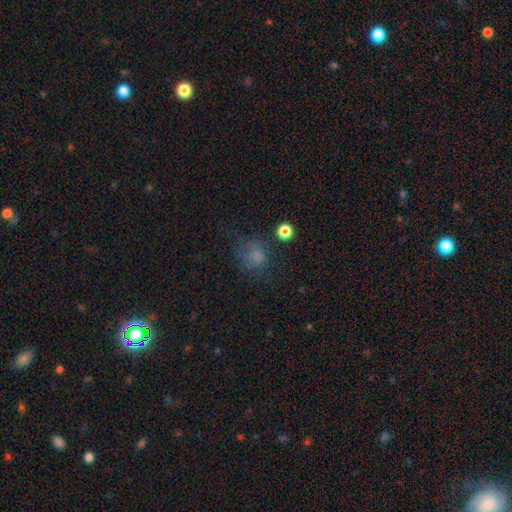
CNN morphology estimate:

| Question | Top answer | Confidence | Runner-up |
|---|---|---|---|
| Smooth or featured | smooth | 73% | star or artifact (18%) |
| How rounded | round | 77% | in between (22%) |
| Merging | none | 60% | minor disturbance (20%) |